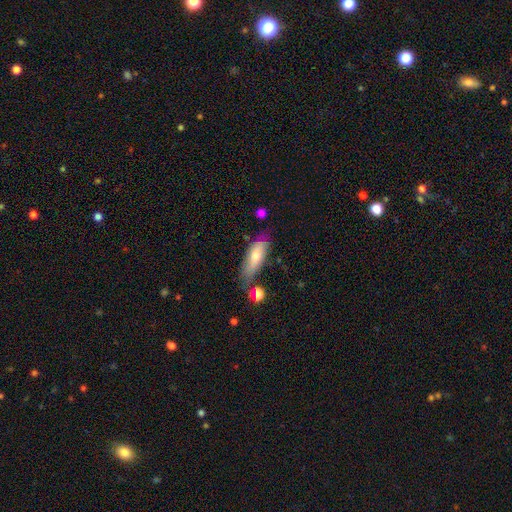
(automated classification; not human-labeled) smooth_or_featured: smooth (p=0.62) [alt: featured or disk p=0.30]
how_rounded: in between (p=0.63) [alt: cigar-shaped p=0.35]
merging: none (p=0.63) [alt: minor disturbance p=0.24]